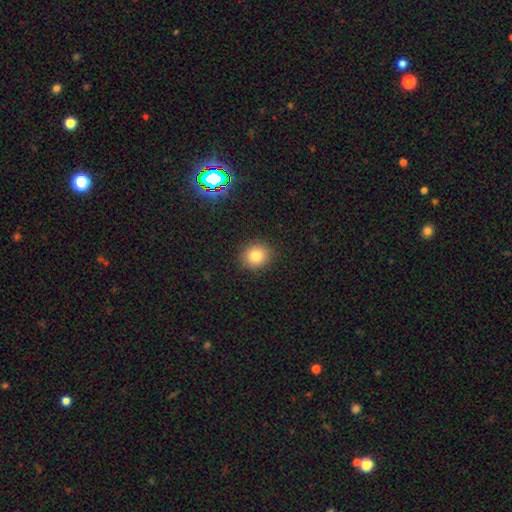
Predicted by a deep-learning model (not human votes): Smooth or featured?
  - smooth: 81% *
  - star or artifact: 12%
  - featured or disk: 7%
How rounded?
  - round: 78% *
  - in between: 21%
  - cigar-shaped: 1%
Merging?
  - none: 90% *
  - minor disturbance: 7%
  - major disturbance: 2%
  - merger: 1%